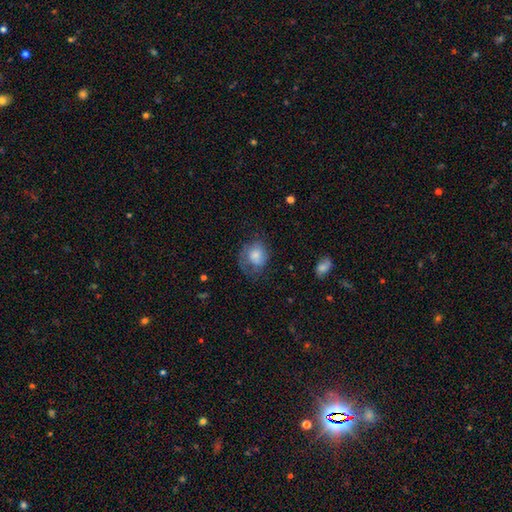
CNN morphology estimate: This is likely a smooth galaxy (66%). How rounded: possibly round (55%). Merging: marginally none (41%).